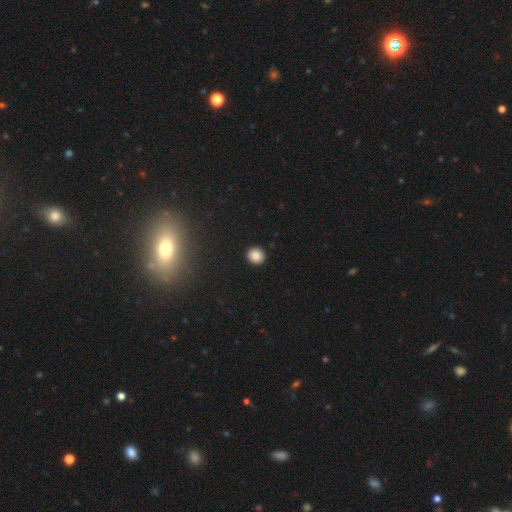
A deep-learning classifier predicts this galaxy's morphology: Smooth or featured?
  - smooth: 85% *
  - star or artifact: 11%
  - featured or disk: 4%
How rounded?
  - round: 89% *
  - in between: 10%
  - cigar-shaped: 1%
Merging?
  - none: 92% *
  - minor disturbance: 5%
  - major disturbance: 2%
  - merger: 1%